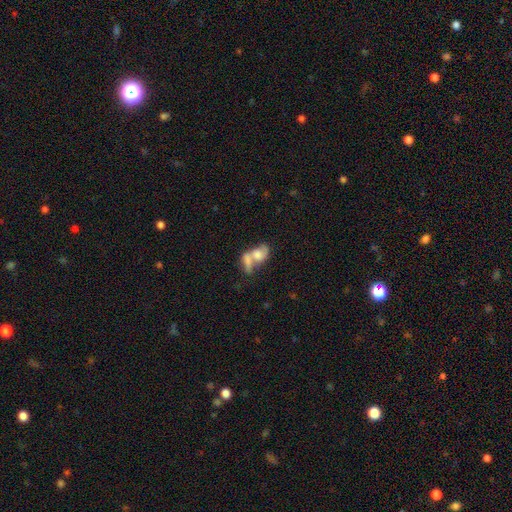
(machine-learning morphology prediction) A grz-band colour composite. It shows a smooth galaxy with no disk features (48%). Merging: merger (66%).